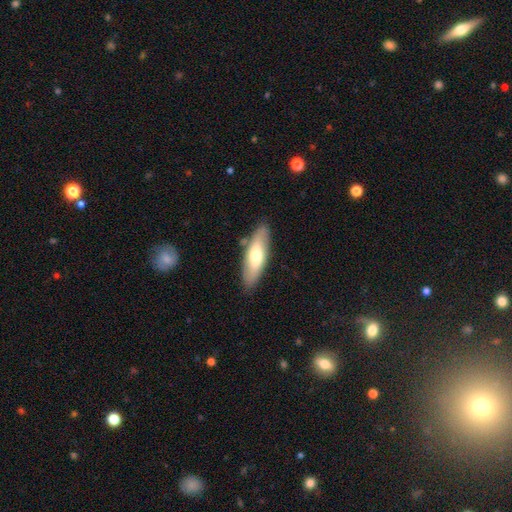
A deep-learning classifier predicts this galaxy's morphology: A smooth galaxy with no disk features (62%) that is in between round and cigar-shaped (56%).

Vote fractions:
- Smooth or featured? smooth: 62% / featured or disk: 32% / star or artifact: 6%
- How rounded? in between: 56% / cigar-shaped: 42% / round: 2%
- Merging? none: 84% / minor disturbance: 11% / merger: 3% / major disturbance: 2%